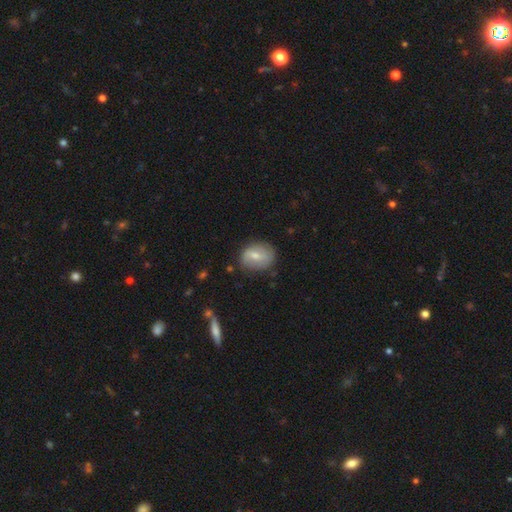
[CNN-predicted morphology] This is possibly a smooth galaxy (56%). How rounded: possibly in between (56%). Merging: likely none (74%).